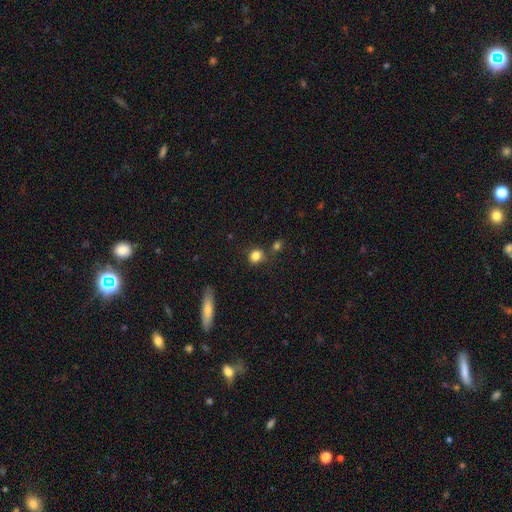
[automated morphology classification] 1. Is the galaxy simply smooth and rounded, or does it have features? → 83% smooth, 11% star or artifact, 6% featured or disk.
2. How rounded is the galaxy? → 70% round, 28% in between, 2% cigar-shaped.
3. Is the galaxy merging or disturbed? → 69% none, 14% minor disturbance, 12% merger, 4% major disturbance.